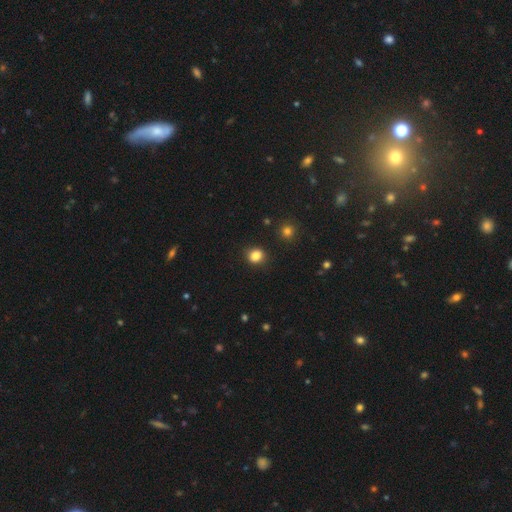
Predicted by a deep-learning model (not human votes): Smooth or featured? Predicted: smooth (p=0.84). How rounded? Predicted: round (p=0.79). Merging? Predicted: none (p=0.89).